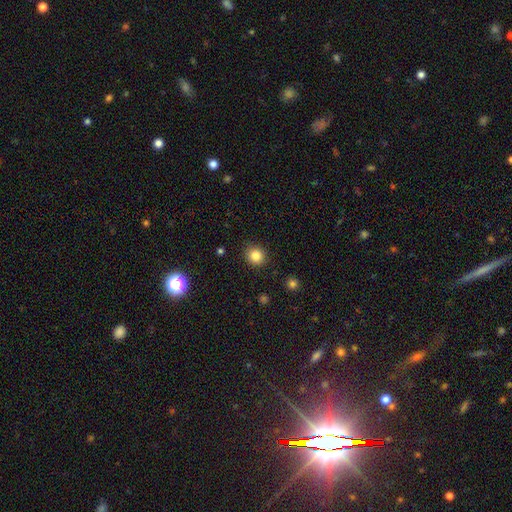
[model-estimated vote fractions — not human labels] This is clearly a smooth galaxy (83%). How rounded: clearly round (88%). Merging: clearly none (90%).